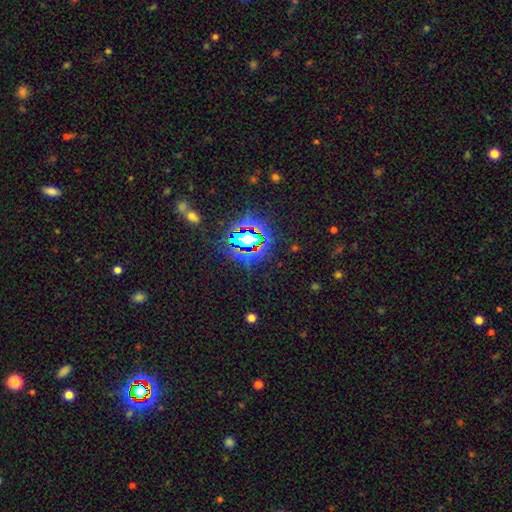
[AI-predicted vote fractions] This appears to be a star or artifact, not a galaxy (82%).